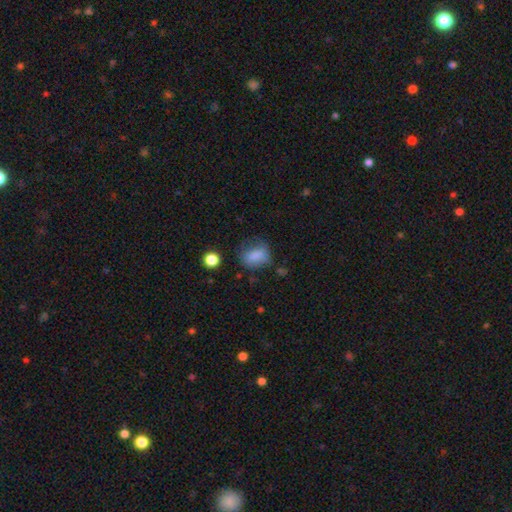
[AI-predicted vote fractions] Smooth or featured: smooth — 79% (featured or disk — 11%)
How rounded: in between — 60% (round — 38%)
Merging: none — 56% (minor disturbance — 27%)